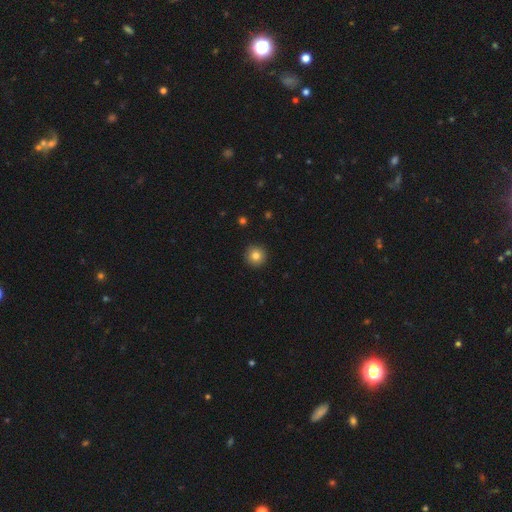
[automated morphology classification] Q: Smooth or featured?
A: smooth (83%); runner-up: star or artifact (10%)
Q: How rounded?
A: round (96%); runner-up: in between (3%)
Q: Merging?
A: none (93%); runner-up: minor disturbance (5%)